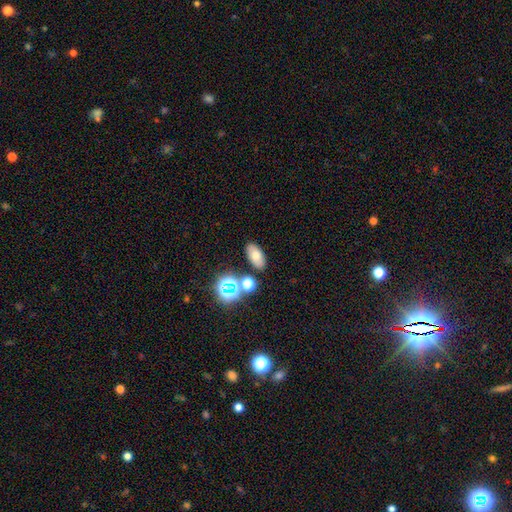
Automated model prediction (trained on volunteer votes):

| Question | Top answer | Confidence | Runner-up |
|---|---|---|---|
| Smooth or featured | smooth | 65% | star or artifact (19%) |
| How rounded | in between | 85% | round (11%) |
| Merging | none | 81% | minor disturbance (9%) |